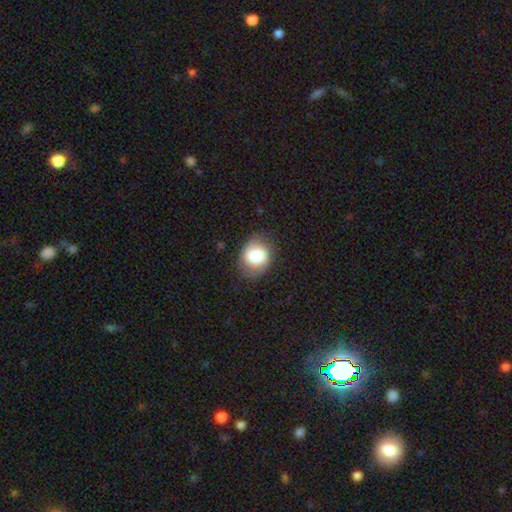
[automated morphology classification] Smooth or featured: smooth — 76% (featured or disk — 16%)
How rounded: round — 53% (in between — 46%)
Merging: none — 71% (minor disturbance — 21%)